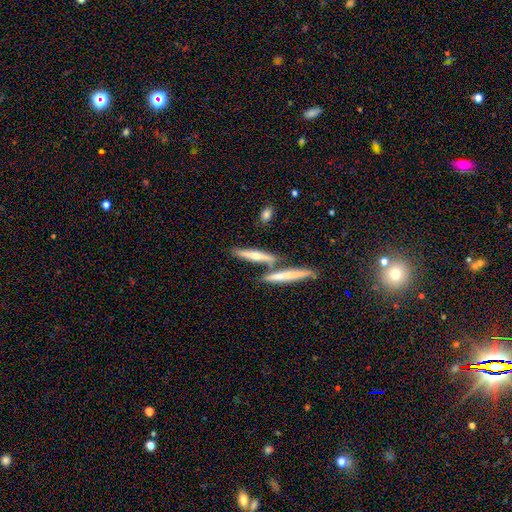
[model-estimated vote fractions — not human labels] Overall: featured or disk (58%; smooth 34%). Edge-on disk: yes (91%). Edge-on bulge: rounded (67%; none 28%). Merging: none (64%).